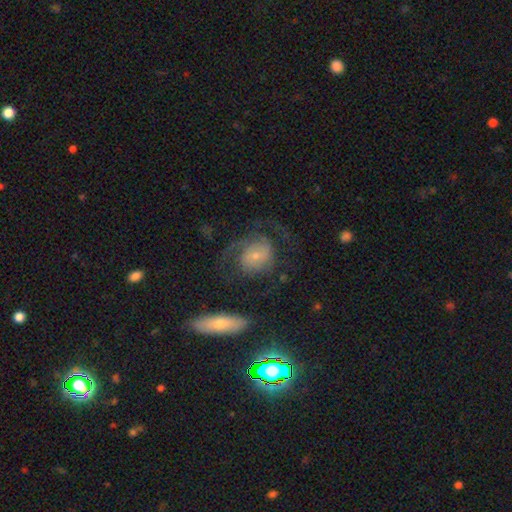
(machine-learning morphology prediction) smooth-or-featured: featured or disk: 65% | smooth: 26% | star or artifact: 8%
  disk-edge-on: no: 96% | yes: 4%
    bar: no: 61% | weak: 31% | strong: 8%
    has-spiral-arms: yes: 86% | no: 14%
      spiral-winding: medium: 43% | tight: 32% | loose: 25%
      spiral-arm-count: 2: 53% | can't tell: 20% | 1: 11% | 3: 9% | 4: 3% | more than 4: 3%
    bulge-size: small: 69% | moderate: 23% | large: 3% | none: 3% | dominant: 2%
  merging: none: 52% | major disturbance: 26% | minor disturbance: 17% | merger: 4%